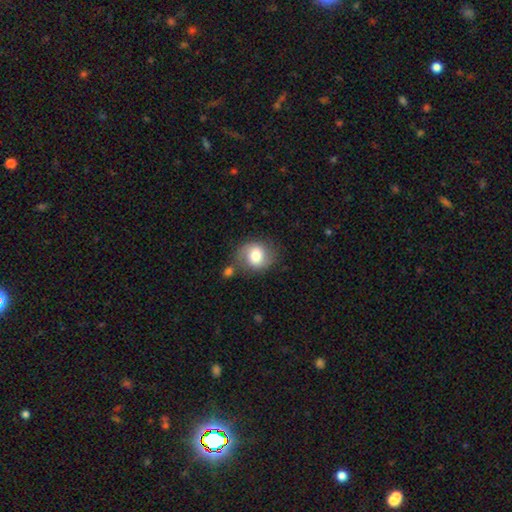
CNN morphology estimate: Overall: smooth (63%; featured or disk 29%). How rounded: round (72%). Merging: none (63%).